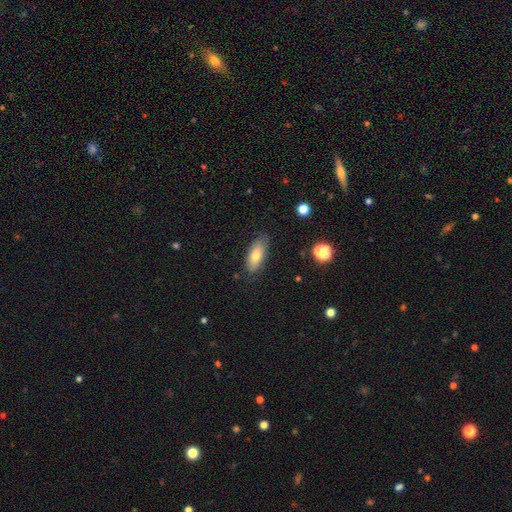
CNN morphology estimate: Smooth or featured? smooth (73%)
How rounded? in between (80%)
Merging? none (79%)